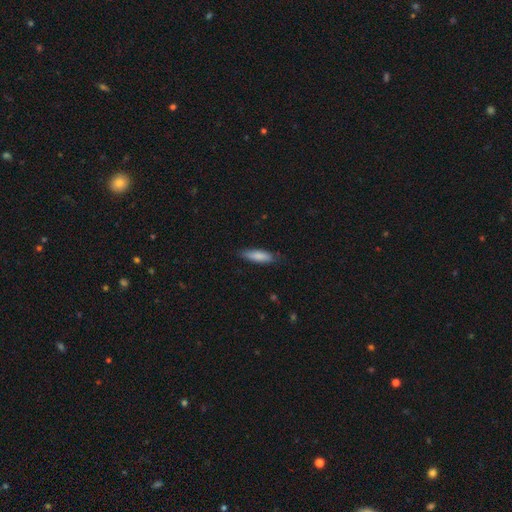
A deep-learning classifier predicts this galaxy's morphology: The model was most divided on "how rounded": cigar-shaped: 61%, in between: 38%, round: 2%. More confident: smooth or featured — smooth (82%); merging — none (82%).